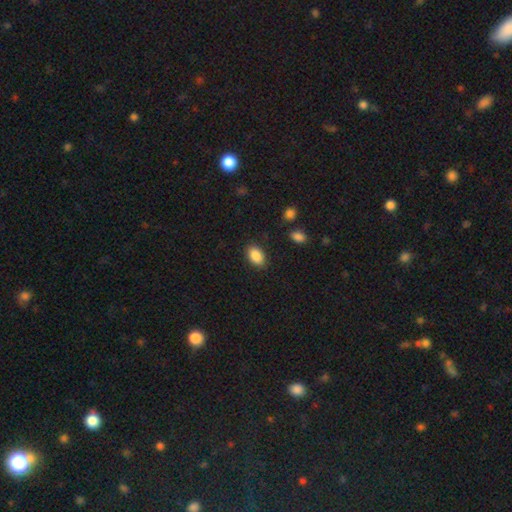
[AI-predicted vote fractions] This is clearly a smooth galaxy (89%). How rounded: clearly in between (89%). Merging: clearly none (86%).